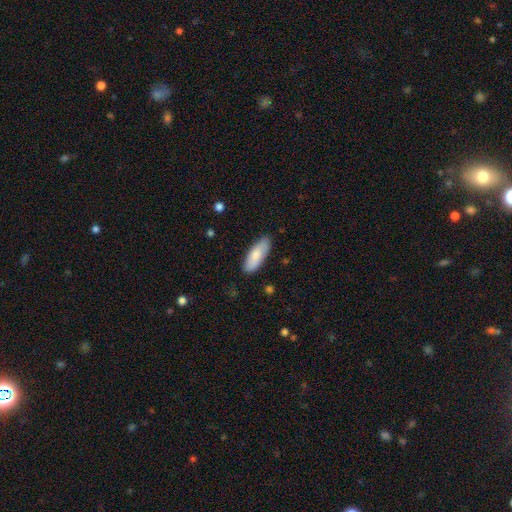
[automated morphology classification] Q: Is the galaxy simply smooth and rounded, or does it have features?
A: smooth — 81%.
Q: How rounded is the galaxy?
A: in between — 71%.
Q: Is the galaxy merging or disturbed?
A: none — 83%.